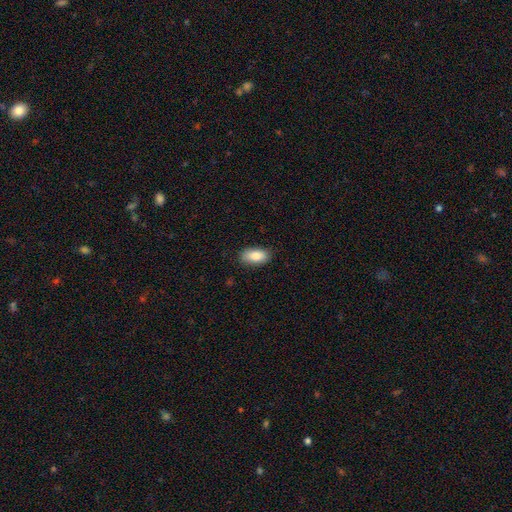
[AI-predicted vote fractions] A smooth galaxy with no disk features (87%) that is in between round and cigar-shaped (92%). Merging: none (87%).